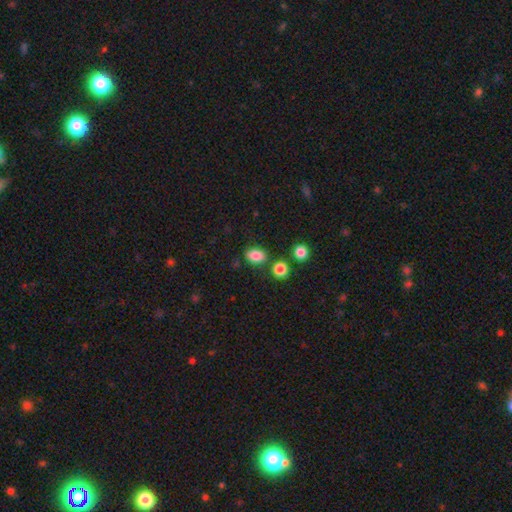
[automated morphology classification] This appears to be a smooth galaxy with no disk features (85%) that is in between round and cigar-shaped (76%). Merging: none (78%).